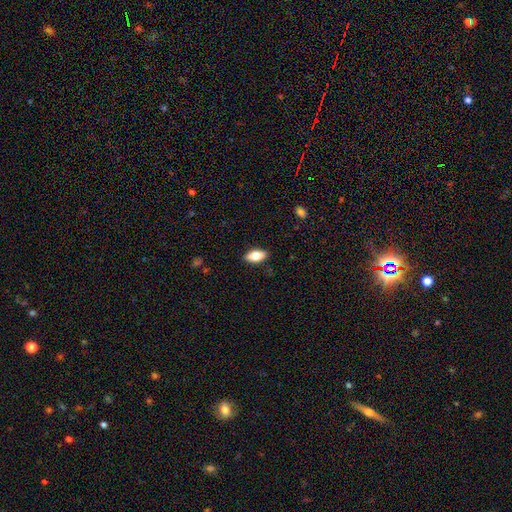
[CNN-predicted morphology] Smooth or featured: smooth — 77% (featured or disk — 16%)
How rounded: in between — 89% (cigar-shaped — 7%)
Merging: none — 88% (minor disturbance — 9%)